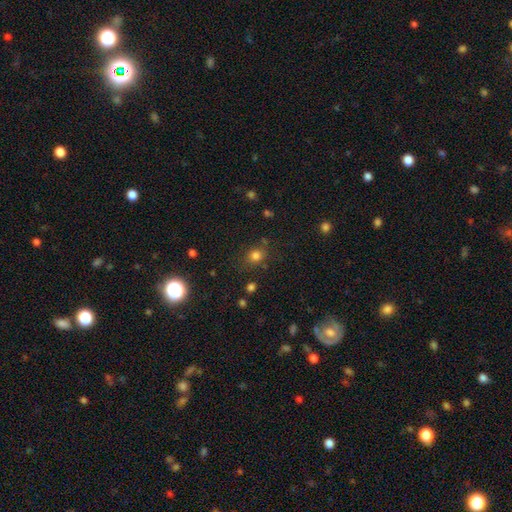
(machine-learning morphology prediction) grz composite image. It shows a smooth galaxy with no disk features (77%) that is round (72%). Merging: none (76%).